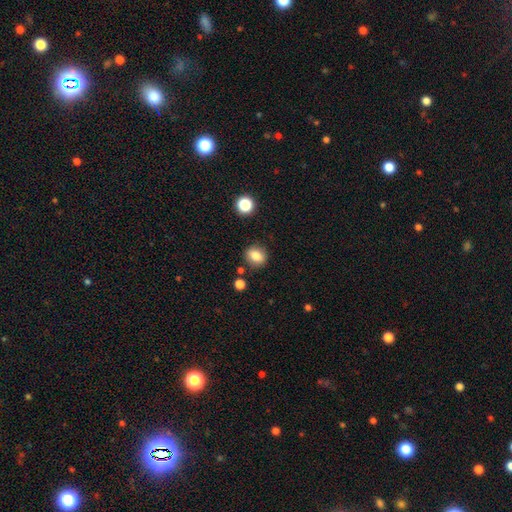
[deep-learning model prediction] A smooth galaxy with no disk features (81%) that is round (57%). Merging: none (84%).